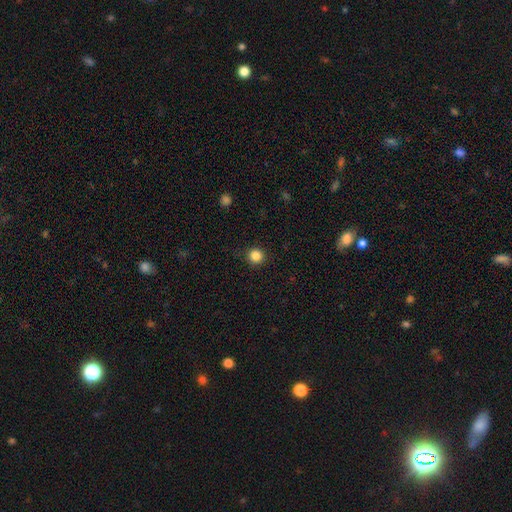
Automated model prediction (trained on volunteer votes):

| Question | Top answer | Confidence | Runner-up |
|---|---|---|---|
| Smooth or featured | smooth | 84% | star or artifact (12%) |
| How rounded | round | 94% | in between (5%) |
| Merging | none | 91% | minor disturbance (6%) |